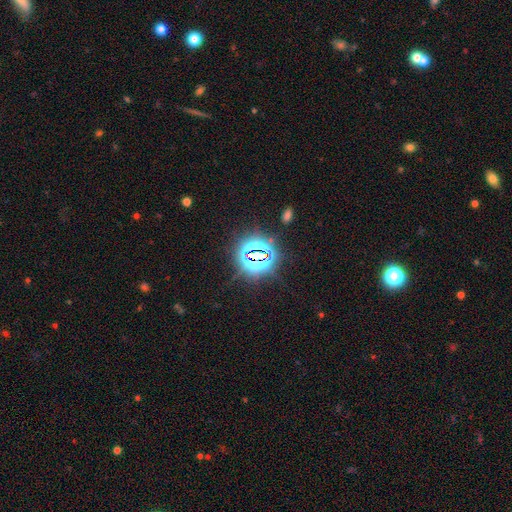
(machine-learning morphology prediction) Overall: star or artifact (77%).